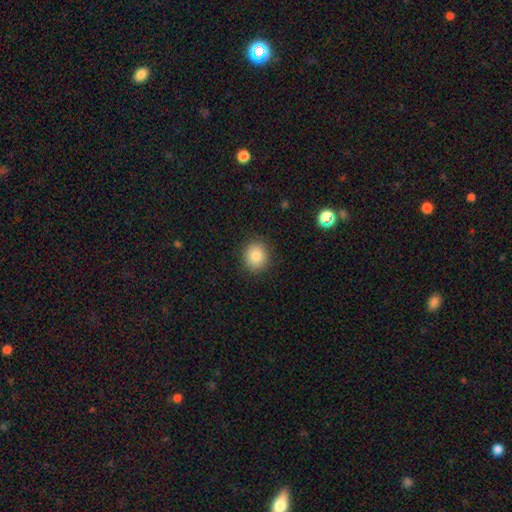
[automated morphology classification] smooth 85%, star or artifact 9%, featured or disk 6%. Down the decision tree: how rounded — round (81%); merging — none (89%).